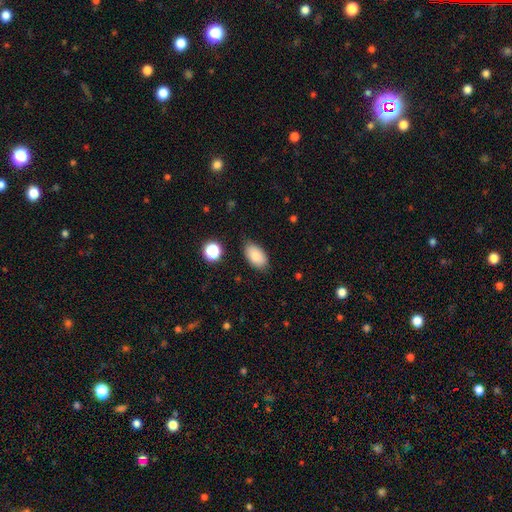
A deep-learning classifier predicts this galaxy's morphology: A smooth galaxy with no disk features (86%) that is in between round and cigar-shaped (93%). Merging: none (81%).